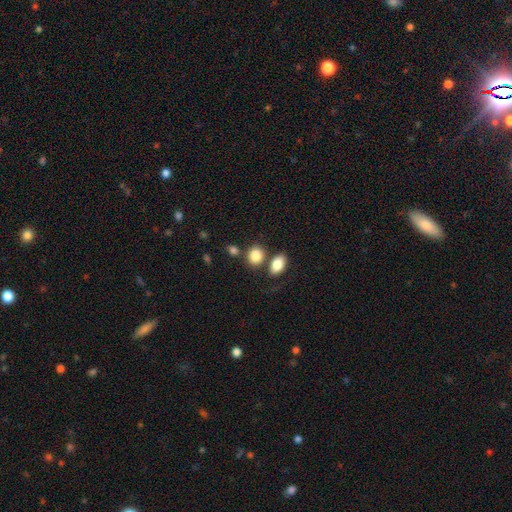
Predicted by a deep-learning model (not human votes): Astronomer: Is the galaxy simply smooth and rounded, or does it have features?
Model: smooth — 85%.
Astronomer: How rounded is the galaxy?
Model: round — 52% (runner-up: in between, 46%).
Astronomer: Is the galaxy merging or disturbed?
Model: none — 65%.